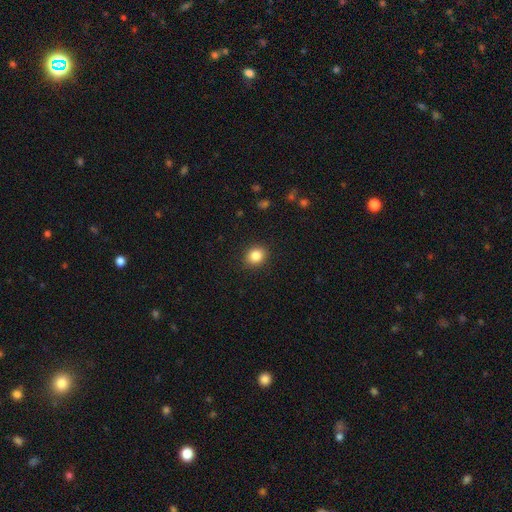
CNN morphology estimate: Smooth or featured?
  - smooth: 85% *
  - star or artifact: 10%
  - featured or disk: 5%
How rounded?
  - round: 63% *
  - in between: 36%
  - cigar-shaped: 1%
Merging?
  - none: 90% *
  - minor disturbance: 7%
  - major disturbance: 2%
  - merger: 1%